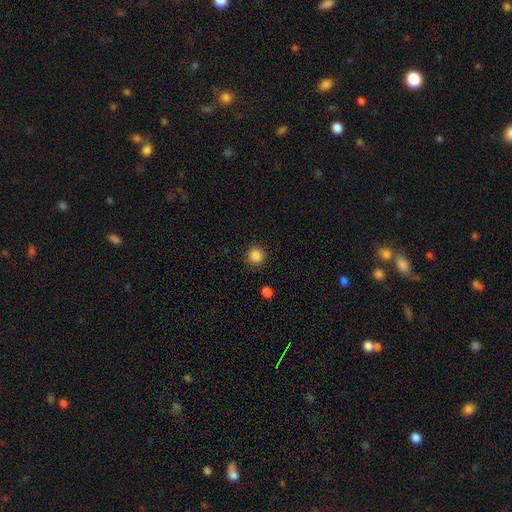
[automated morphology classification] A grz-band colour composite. It shows a smooth galaxy with no disk features (86%) that is round (93%). Merging: none (90%).